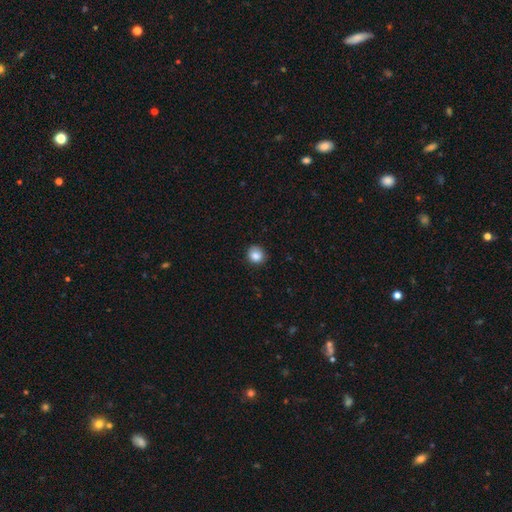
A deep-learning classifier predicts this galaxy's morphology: type=smooth (86%); roundness=round (88%); merging=none (87%).